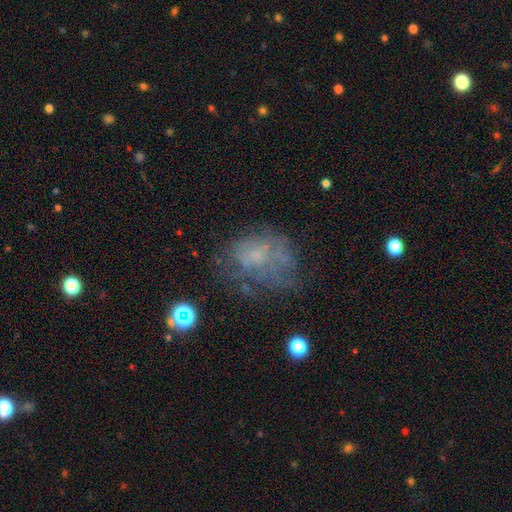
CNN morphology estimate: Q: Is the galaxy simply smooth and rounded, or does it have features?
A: featured or disk — 40%.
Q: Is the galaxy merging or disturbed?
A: none — 43%.